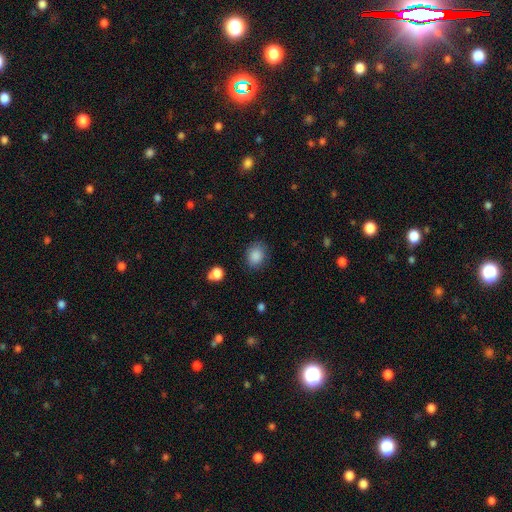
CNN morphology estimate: Smooth or featured: smooth — 87% (star or artifact — 9%)
How rounded: round — 52% (in between — 47%)
Merging: none — 81% (minor disturbance — 14%)